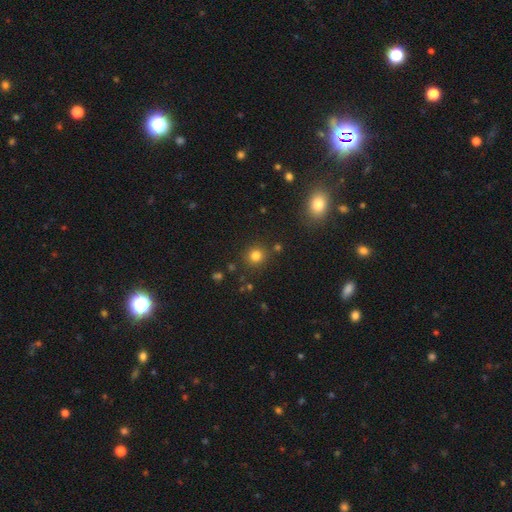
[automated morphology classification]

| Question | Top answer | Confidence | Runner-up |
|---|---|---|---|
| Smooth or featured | smooth | 79% | star or artifact (15%) |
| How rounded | round | 90% | in between (9%) |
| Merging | none | 85% | minor disturbance (8%) |